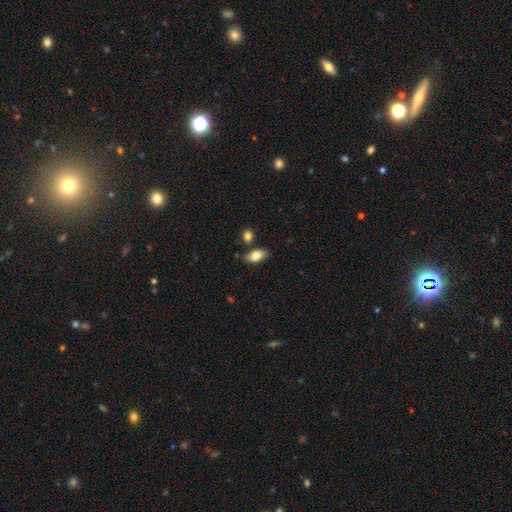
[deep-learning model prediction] The model was most divided on "merging": none: 79%, minor disturbance: 12%, merger: 6%, major disturbance: 3%. More confident: how rounded — in between (90%); smooth or featured — smooth (81%).